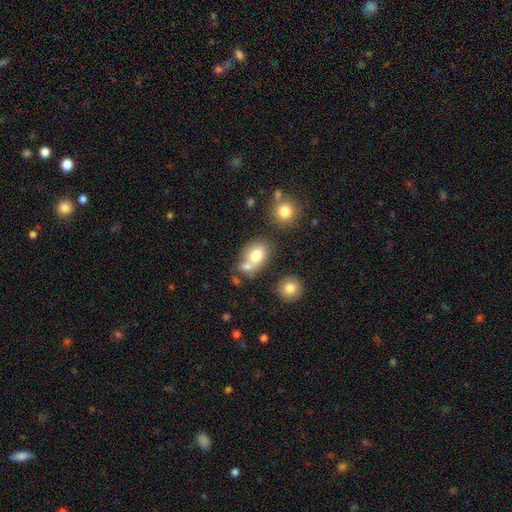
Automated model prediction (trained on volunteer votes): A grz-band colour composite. It shows a smooth galaxy with no disk features (75%) that is in between round and cigar-shaped (60%). Merging: none (45%).